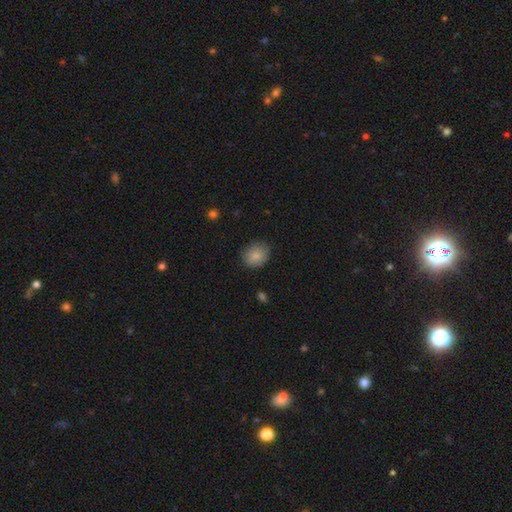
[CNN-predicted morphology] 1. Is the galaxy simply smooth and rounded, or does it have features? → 85% smooth, 8% star or artifact, 7% featured or disk.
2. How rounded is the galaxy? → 59% round, 40% in between, 1% cigar-shaped.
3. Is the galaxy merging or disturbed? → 79% none, 16% minor disturbance, 3% major disturbance, 1% merger.